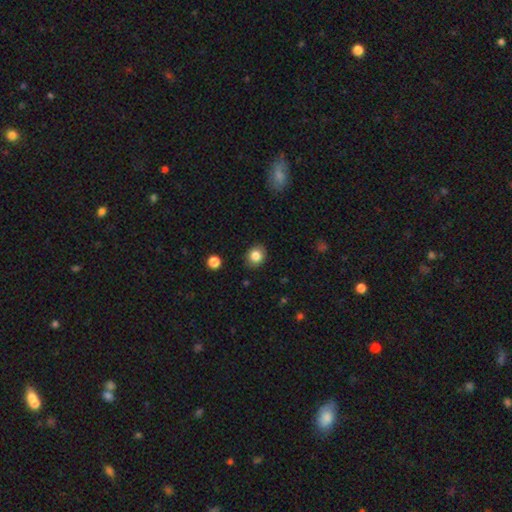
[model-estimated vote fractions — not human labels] smooth 84%, star or artifact 10%, featured or disk 7%. Down the decision tree: how rounded — round (73%); merging — none (86%).